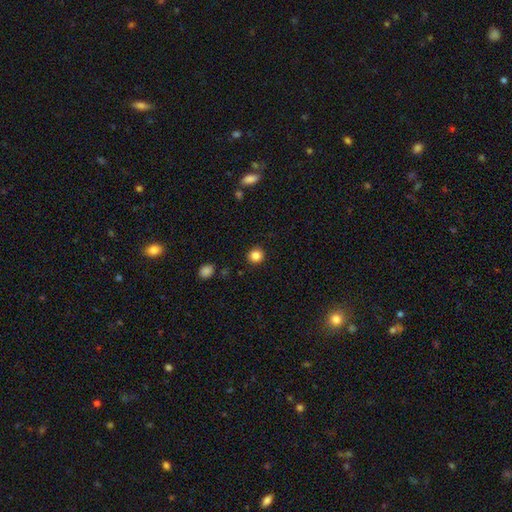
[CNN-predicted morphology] Overall: smooth (84%). How rounded: round (92%). Merging: none (91%).